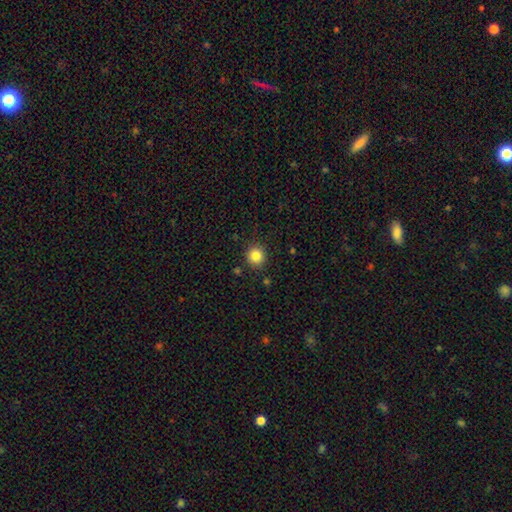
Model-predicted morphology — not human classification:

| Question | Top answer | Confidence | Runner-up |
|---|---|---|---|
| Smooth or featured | smooth | 84% | star or artifact (11%) |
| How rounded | round | 92% | in between (7%) |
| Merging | none | 90% | minor disturbance (7%) |